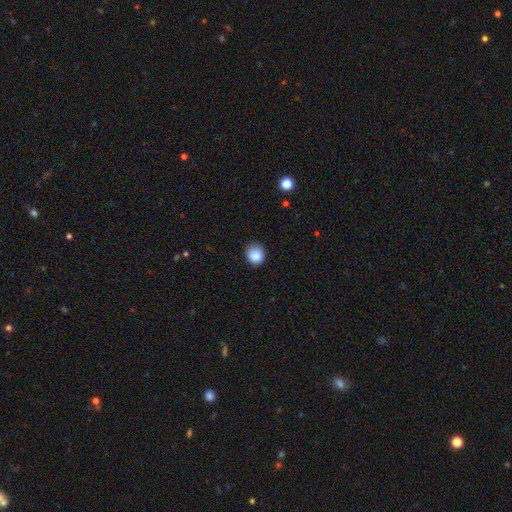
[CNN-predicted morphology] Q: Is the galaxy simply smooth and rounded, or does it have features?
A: smooth — 85%.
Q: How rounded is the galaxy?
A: round — 85%.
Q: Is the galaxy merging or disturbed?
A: none — 76%.